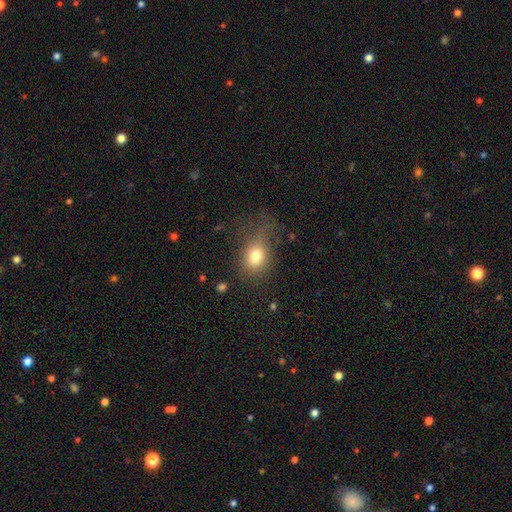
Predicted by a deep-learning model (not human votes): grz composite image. It shows a smooth galaxy with no disk features (76%) that is in between round and cigar-shaped (62%). Merging: none (50%).